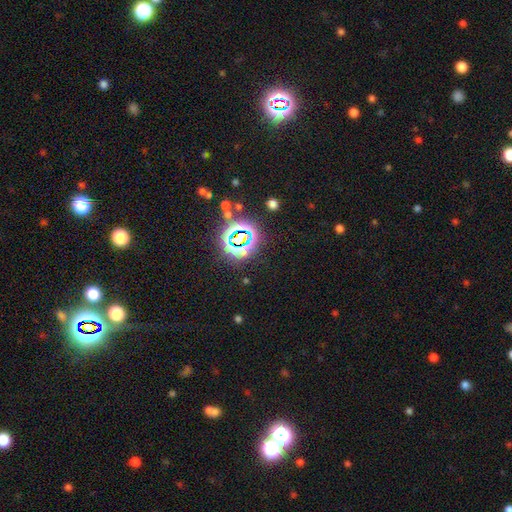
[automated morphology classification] This appears to be a star or artifact, not a galaxy (80%).